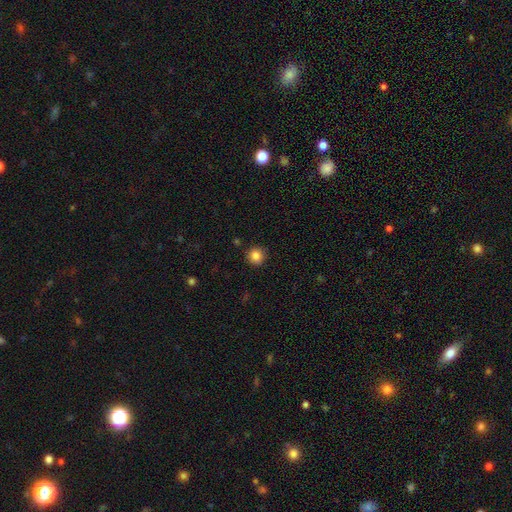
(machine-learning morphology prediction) A smooth galaxy with no disk features (84%) that is round (93%). Merging: none (91%).